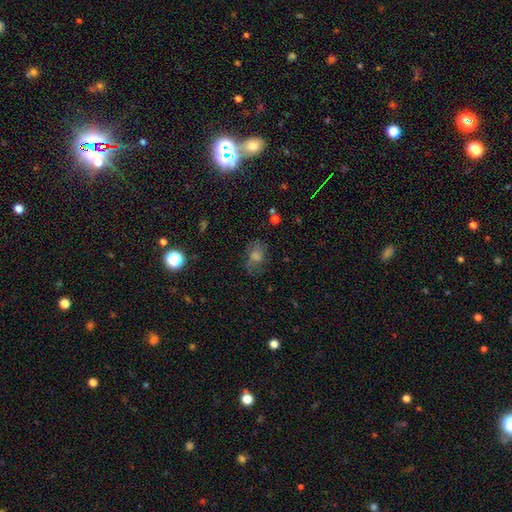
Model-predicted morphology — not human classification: type=smooth (39%); merging=none (71%).